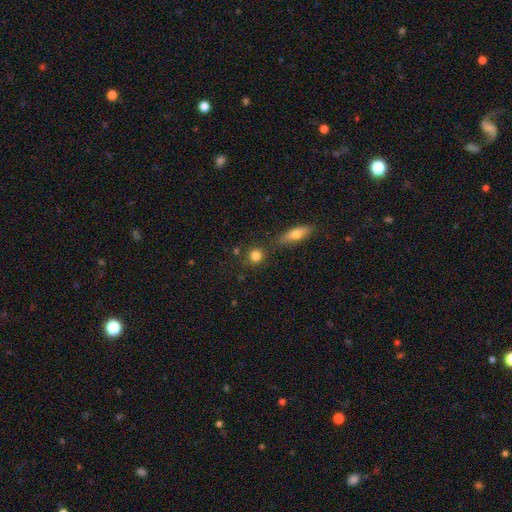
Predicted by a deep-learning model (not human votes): Smooth or featured?
  - smooth: 82% *
  - star or artifact: 10%
  - featured or disk: 8%
How rounded?
  - round: 84% *
  - in between: 13%
  - cigar-shaped: 3%
Merging?
  - none: 77% *
  - minor disturbance: 10%
  - merger: 10%
  - major disturbance: 3%